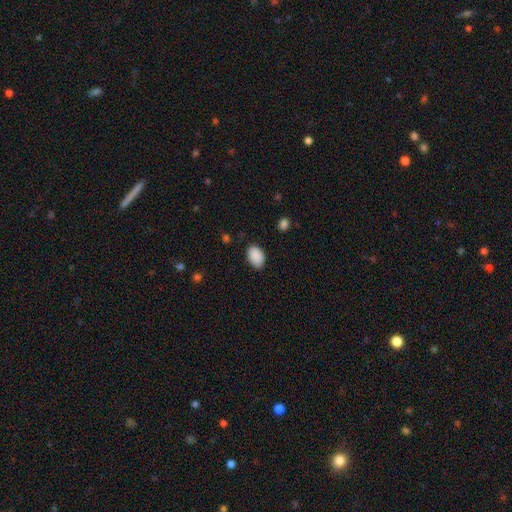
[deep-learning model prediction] This is clearly a smooth galaxy (90%). How rounded: clearly in between (87%). Merging: clearly none (83%).